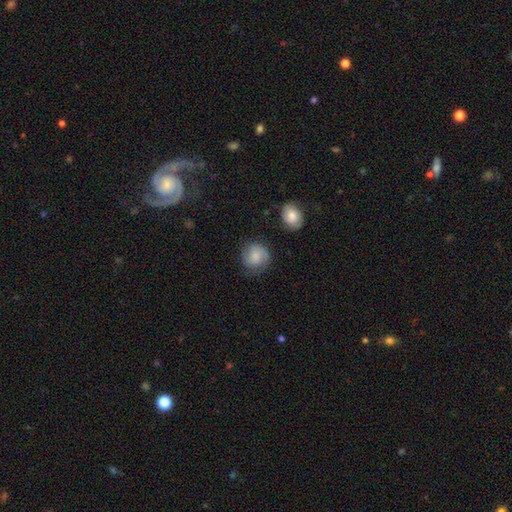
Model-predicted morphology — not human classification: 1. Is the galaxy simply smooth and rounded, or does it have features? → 67% smooth, 25% featured or disk, 8% star or artifact.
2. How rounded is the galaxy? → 85% round, 14% in between, 1% cigar-shaped.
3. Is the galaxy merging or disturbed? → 73% none, 18% minor disturbance, 7% major disturbance, 2% merger.